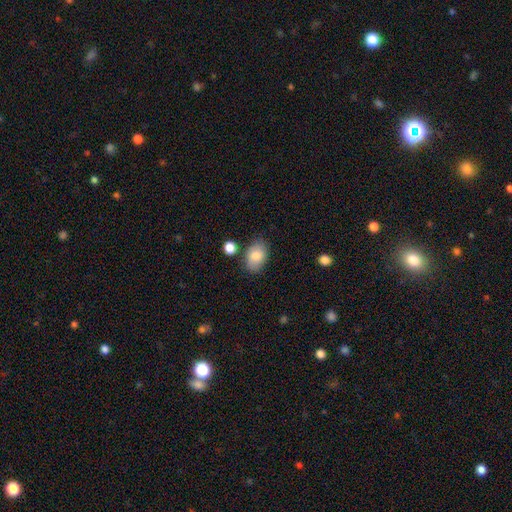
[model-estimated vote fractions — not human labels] Q: Smooth or featured?
A: smooth (83%); runner-up: featured or disk (10%)
Q: How rounded?
A: in between (85%); runner-up: round (14%)
Q: Merging?
A: none (78%); runner-up: minor disturbance (14%)